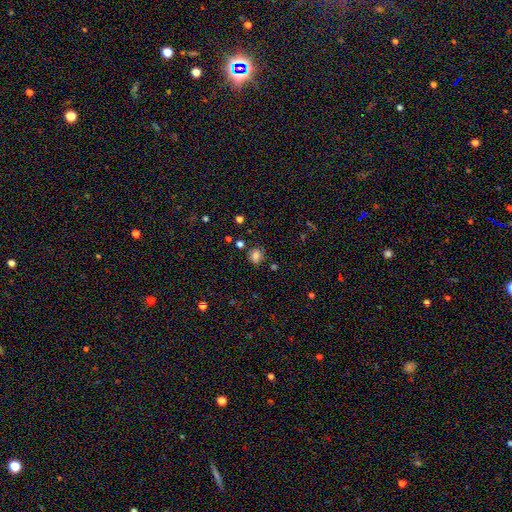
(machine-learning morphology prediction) Smooth or featured? smooth (77%)
How rounded? round (70%)
Merging? none (77%)